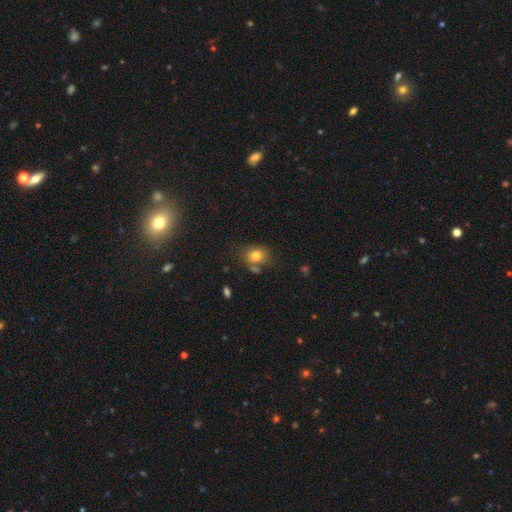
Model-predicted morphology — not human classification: smooth 79%, star or artifact 11%, featured or disk 10%. Down the decision tree: how rounded — in between (51%); merging — none (61%).